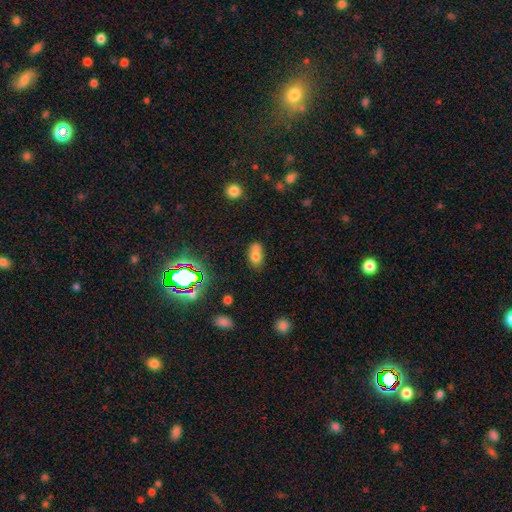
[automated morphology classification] Smooth or featured: smooth — 69% (featured or disk — 16%)
How rounded: in between — 64% (round — 34%)
Merging: merger — 53% (none — 32%)